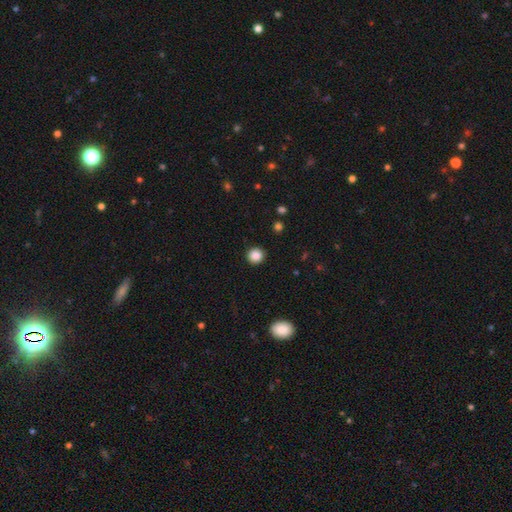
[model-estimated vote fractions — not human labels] smooth_or_featured: smooth (p=0.87) [alt: star or artifact p=0.10]
how_rounded: round (p=0.94) [alt: in between p=0.05]
merging: none (p=0.92) [alt: minor disturbance p=0.05]